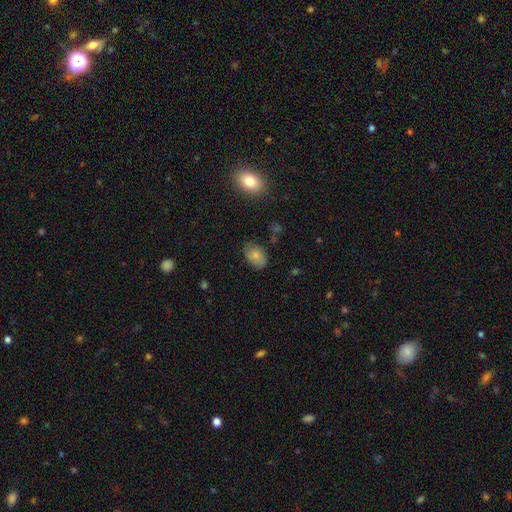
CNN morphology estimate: Smooth or featured?
  - smooth: 76% *
  - featured or disk: 15%
  - star or artifact: 9%
How rounded?
  - in between: 84% *
  - round: 15%
  - cigar-shaped: 1%
Merging?
  - none: 72% *
  - minor disturbance: 21%
  - major disturbance: 5%
  - merger: 2%